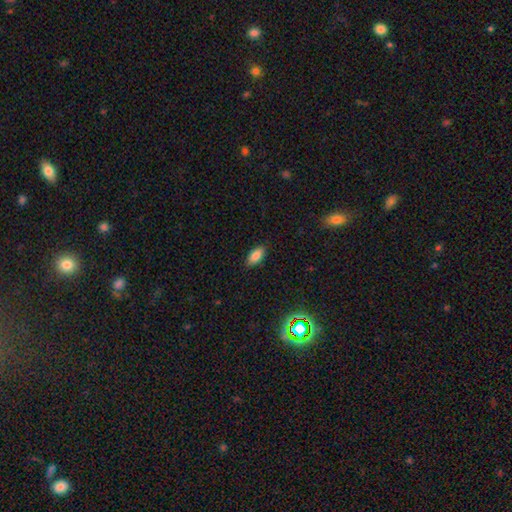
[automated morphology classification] smooth_or_featured: smooth (p=0.84) [alt: star or artifact p=0.09]
how_rounded: in between (p=0.87) [alt: cigar-shaped p=0.10]
merging: none (p=0.88) [alt: minor disturbance p=0.09]